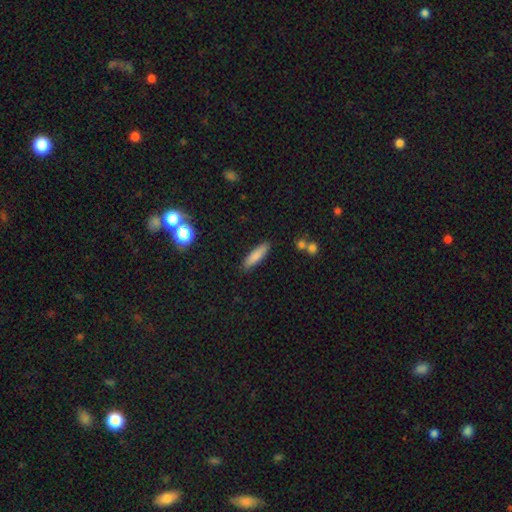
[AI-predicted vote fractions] Overall: smooth (82%). How rounded: cigar-shaped (67%; in between 31%). Merging: none (87%).